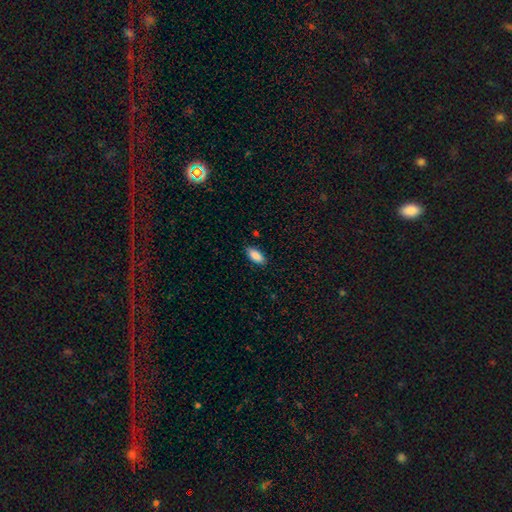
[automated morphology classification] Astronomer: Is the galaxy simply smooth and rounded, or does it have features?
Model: smooth — 89%.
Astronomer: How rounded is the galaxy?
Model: in between — 90%.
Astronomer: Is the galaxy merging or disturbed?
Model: none — 85%.